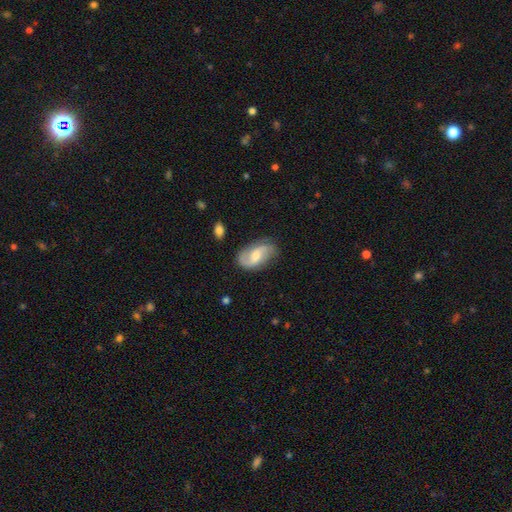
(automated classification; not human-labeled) Morphology: type=featured or disk (70%); edge-on=no (97%); bar=weak (51%); spiral arms=yes (93%); winding=loose (53%); arm count=2 (84%); bulge=moderate (46%); merging=none (69%).